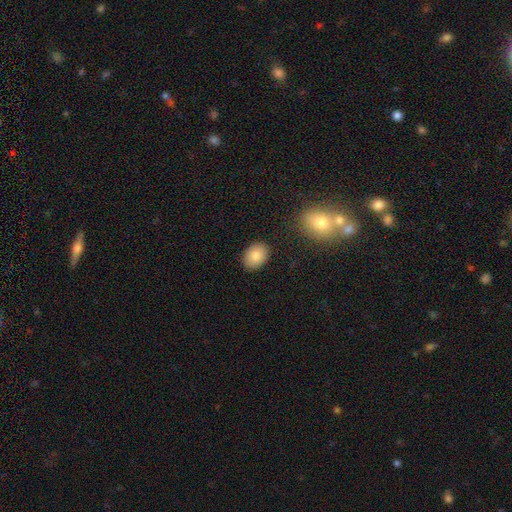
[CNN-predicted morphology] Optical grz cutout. It shows a smooth galaxy with no disk features (86%) that is in between round and cigar-shaped (73%). Merging: none (87%).